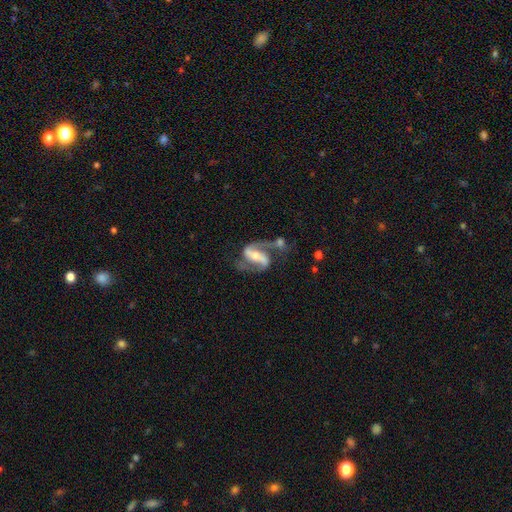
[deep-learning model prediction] A featured or disk galaxy (88%) with a strong bar (57%), 2 (90%) medium (45%) spiral arms (95%) and a moderate central bulge (50%). Merging: none (47%).